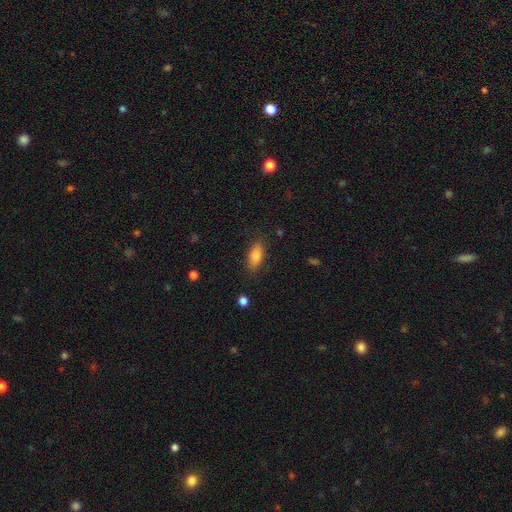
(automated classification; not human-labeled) Smooth or featured: smooth — 84% (star or artifact — 8%)
How rounded: in between — 83% (cigar-shaped — 14%)
Merging: none — 85% (minor disturbance — 11%)